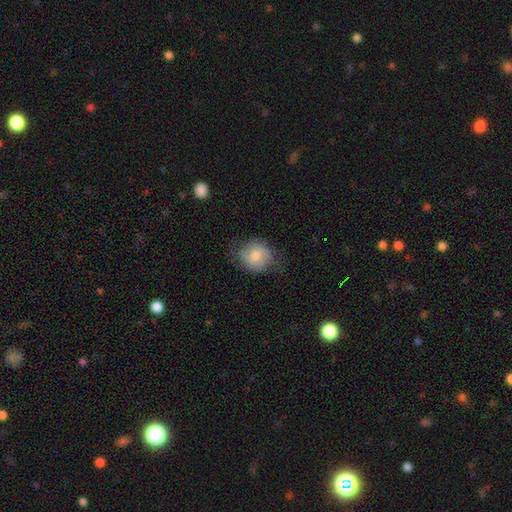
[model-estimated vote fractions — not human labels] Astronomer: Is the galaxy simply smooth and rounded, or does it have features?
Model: smooth — 69%.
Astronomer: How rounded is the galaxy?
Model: round — 75%.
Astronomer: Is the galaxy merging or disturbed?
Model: none — 64%.